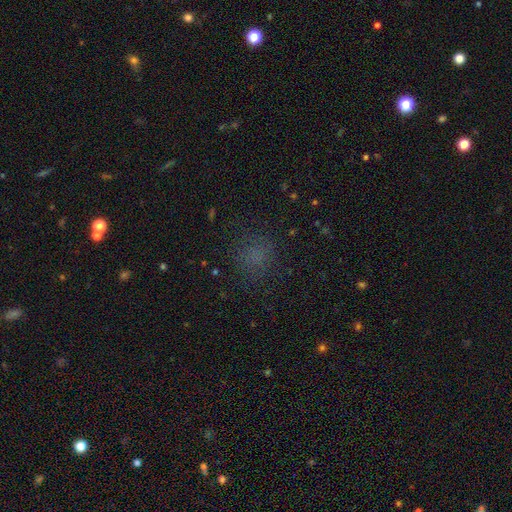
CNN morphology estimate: Smooth or featured? smooth (67%)
How rounded? round (82%)
Merging? none (80%)